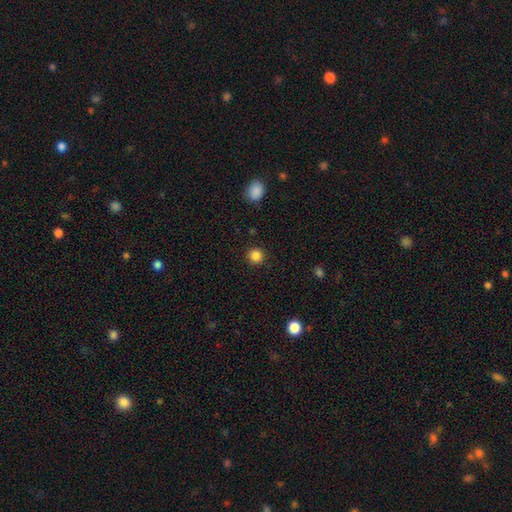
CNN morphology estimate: This is clearly a smooth galaxy (85%). How rounded: clearly round (94%). Merging: clearly none (91%).